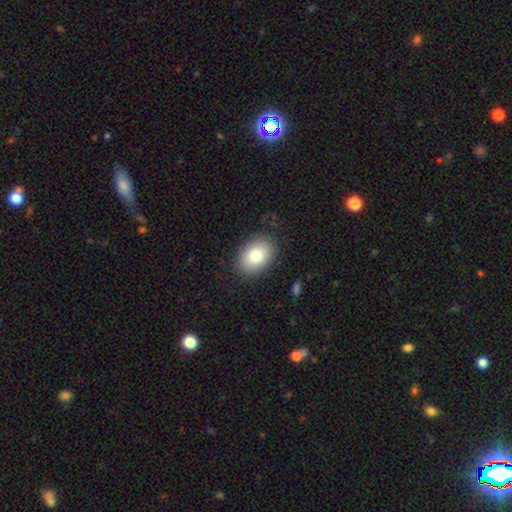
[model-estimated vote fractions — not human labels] Smooth or featured? Predicted: smooth (p=0.81). How rounded? Predicted: in between (p=0.78). Merging? Predicted: none (p=0.87).